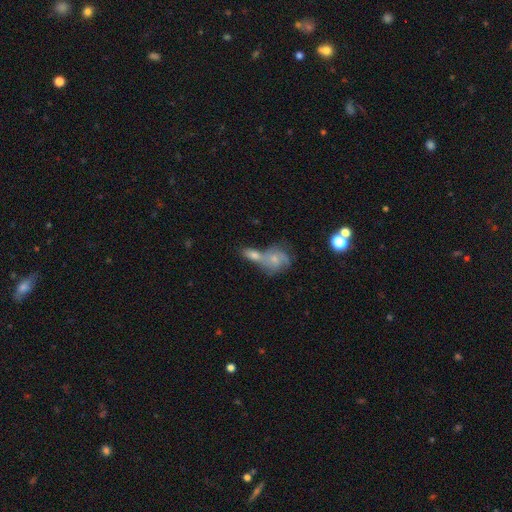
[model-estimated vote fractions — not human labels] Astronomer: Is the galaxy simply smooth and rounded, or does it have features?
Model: featured or disk — 51% (runner-up: smooth, 33%).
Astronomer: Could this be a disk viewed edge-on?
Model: no — 92%.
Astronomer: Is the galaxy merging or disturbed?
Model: merger — 46% (runner-up: none, 37%).